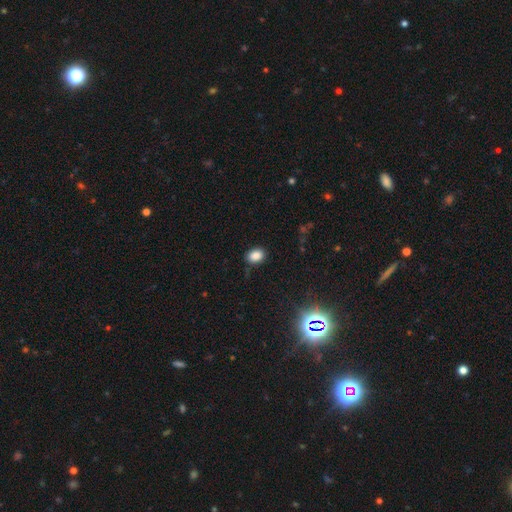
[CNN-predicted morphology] This appears to be a smooth galaxy with no disk features (85%) that is in between round and cigar-shaped (71%). Merging: none (84%).